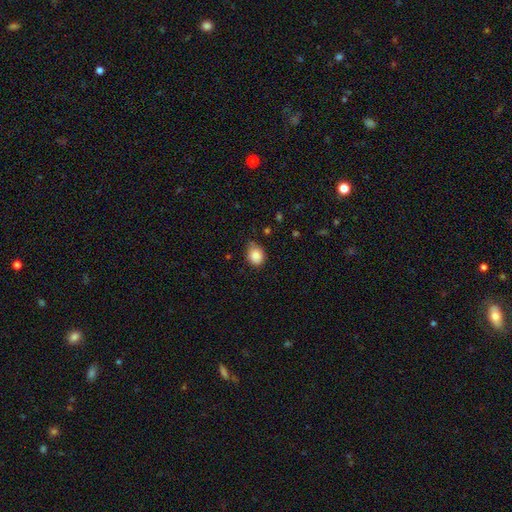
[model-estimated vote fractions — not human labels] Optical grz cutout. It shows a smooth galaxy with no disk features (86%) that is round (69%). Merging: none (63%).